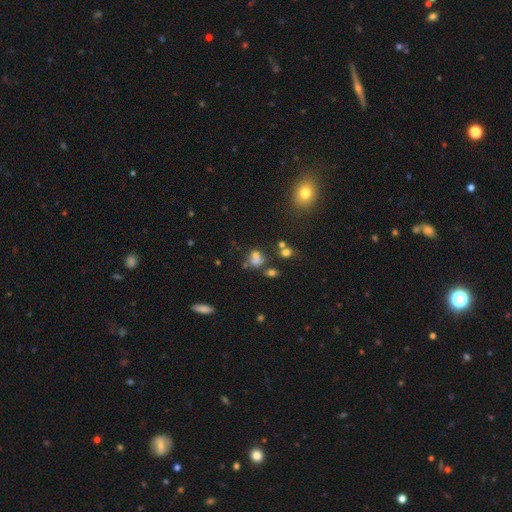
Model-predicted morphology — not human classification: Smooth or featured: smooth — 62% (star or artifact — 21%)
How rounded: round — 63% (in between — 36%)
Merging: merger — 42% (none — 38%)